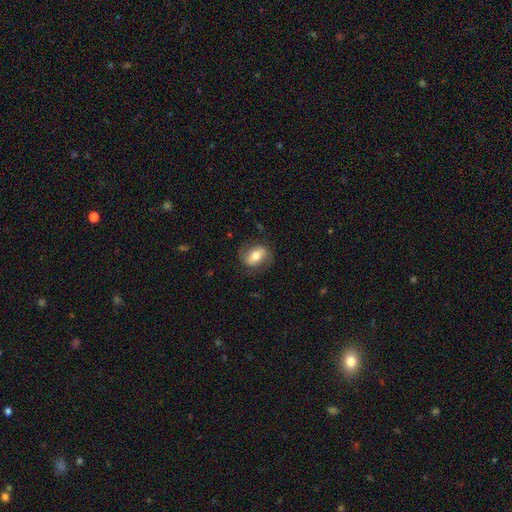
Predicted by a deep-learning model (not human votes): smooth_or_featured: smooth (p=0.58) [alt: featured or disk p=0.35]
how_rounded: in between (p=0.76) [alt: round p=0.21]
merging: none (p=0.74) [alt: minor disturbance p=0.17]